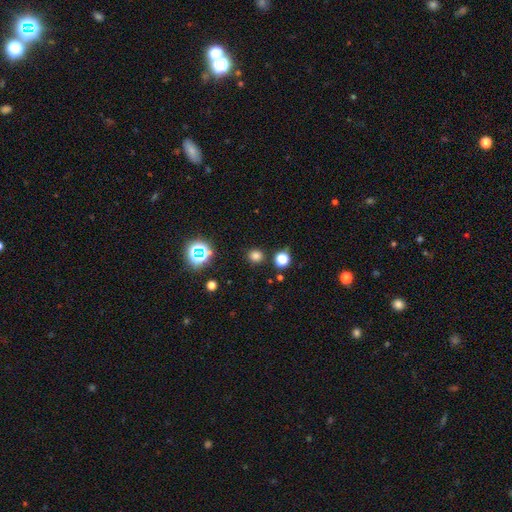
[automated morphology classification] smooth-or-featured: smooth: 74% | star or artifact: 21% | featured or disk: 5%
  how-rounded: round: 89% | in between: 10% | cigar-shaped: 1%
  merging: none: 88% | minor disturbance: 7% | merger: 3% | major disturbance: 3%